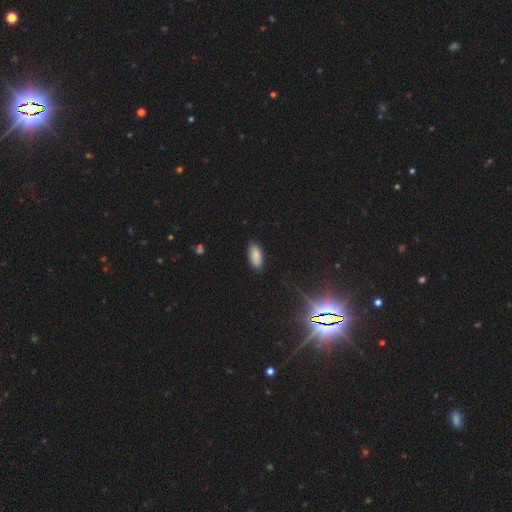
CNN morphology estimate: smooth-or-featured: smooth: 82% | star or artifact: 10% | featured or disk: 8%
  how-rounded: in between: 90% | cigar-shaped: 8% | round: 2%
  merging: none: 83% | minor disturbance: 13% | major disturbance: 2% | merger: 1%